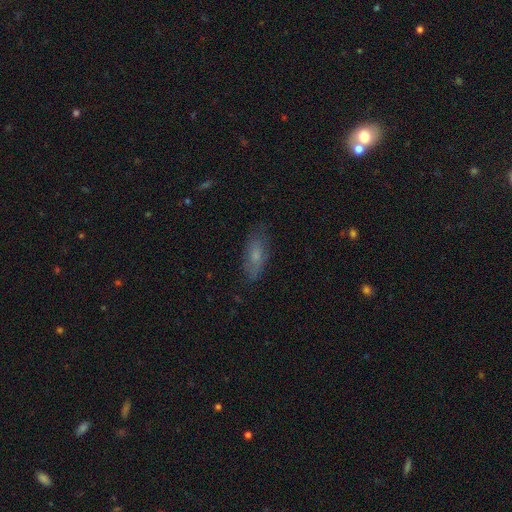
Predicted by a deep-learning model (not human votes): This is likely a smooth galaxy (65%). How rounded: likely in between (71%). Merging: likely none (77%).